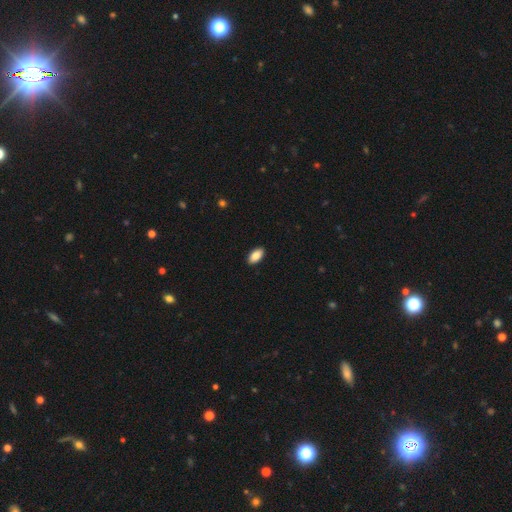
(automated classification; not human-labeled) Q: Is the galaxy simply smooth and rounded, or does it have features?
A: smooth — 85%.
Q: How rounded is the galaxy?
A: in between — 92%.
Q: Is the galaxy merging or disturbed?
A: none — 91%.